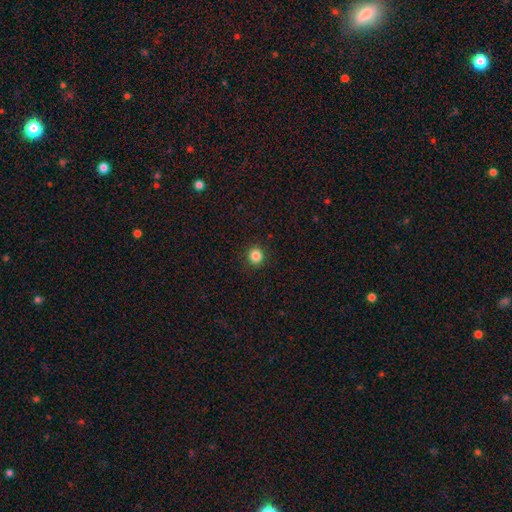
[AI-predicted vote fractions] The model was most divided on "smooth or featured": smooth: 85%, star or artifact: 11%, featured or disk: 4%. More confident: merging — none (92%); how rounded — round (88%).